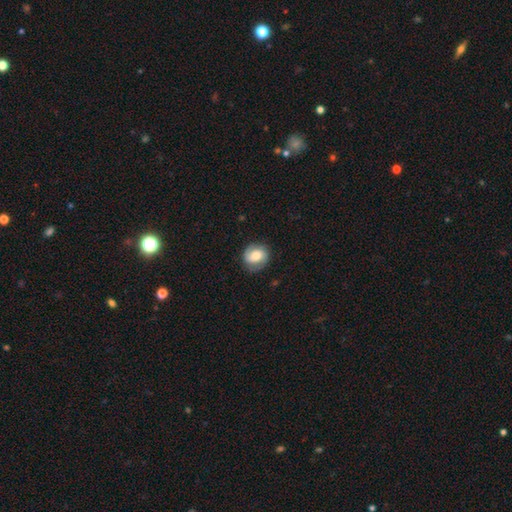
This is likely a smooth galaxy (60%). How rounded: clearly round (88%). Merging: likely none (74%).